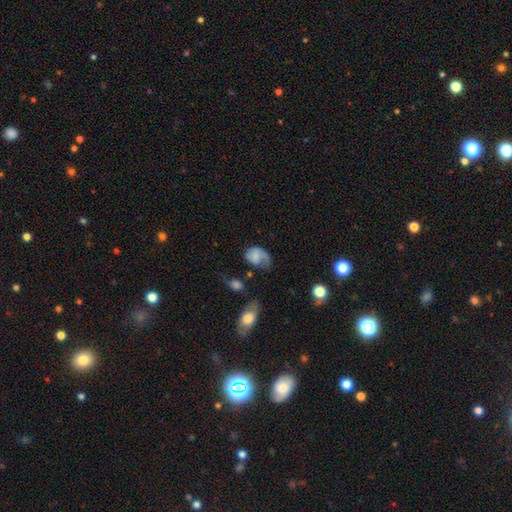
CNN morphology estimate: Overall: smooth (55%; featured or disk 36%). How rounded: in between (74%). Merging: none (33%, tied with minor disturbance).